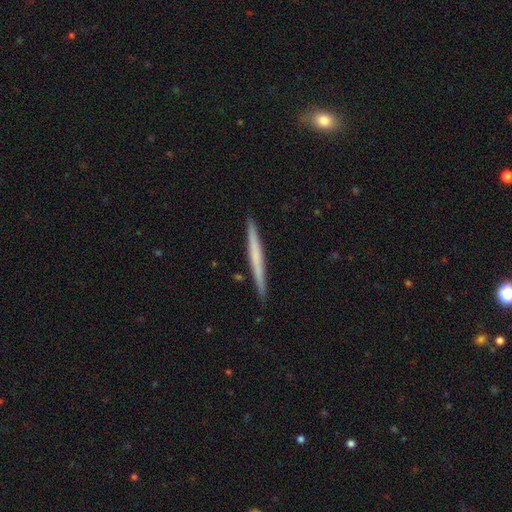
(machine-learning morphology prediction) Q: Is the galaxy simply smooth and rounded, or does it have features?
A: smooth — 48%.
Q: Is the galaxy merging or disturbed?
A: none — 91%.